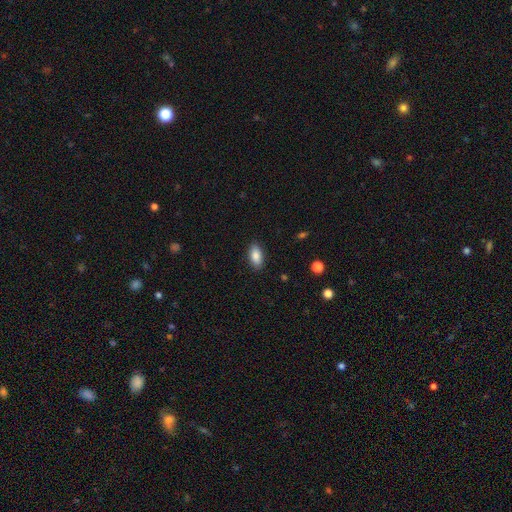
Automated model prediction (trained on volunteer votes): Smooth or featured? smooth (86%)
How rounded? in between (90%)
Merging? none (88%)